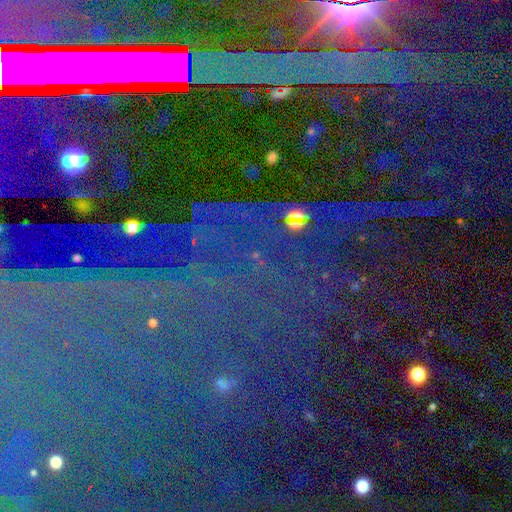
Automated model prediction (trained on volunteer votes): Smooth or featured? star or artifact (83%)